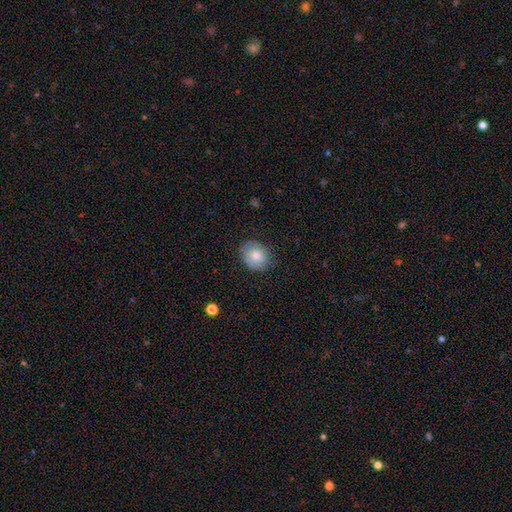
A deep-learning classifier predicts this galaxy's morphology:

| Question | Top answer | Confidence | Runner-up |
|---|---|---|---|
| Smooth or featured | smooth | 70% | featured or disk (21%) |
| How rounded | round | 66% | in between (33%) |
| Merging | none | 75% | minor disturbance (19%) |